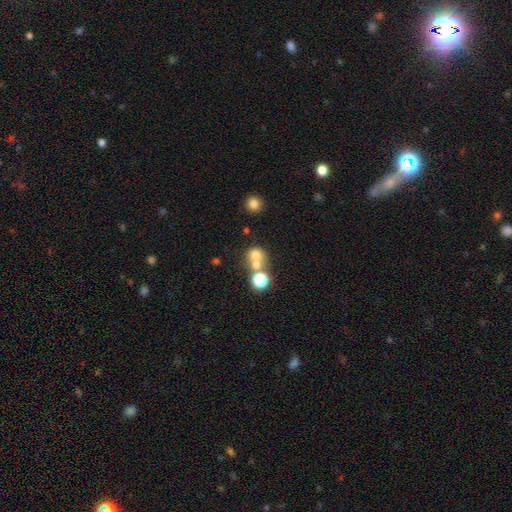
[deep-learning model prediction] A smooth galaxy with no disk features (67%) that is round (84%). Merging: merger (45%).